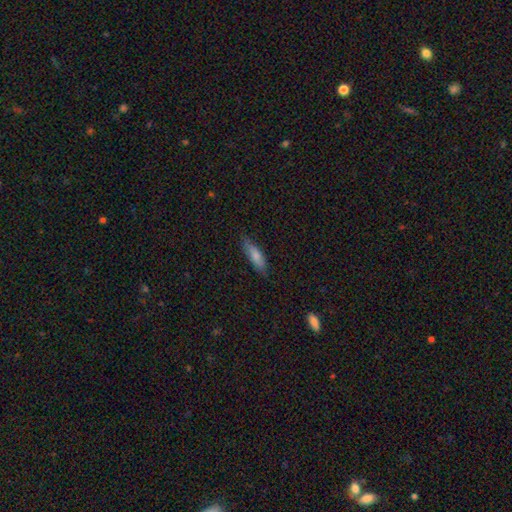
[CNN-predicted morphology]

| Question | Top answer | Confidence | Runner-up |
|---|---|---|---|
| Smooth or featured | smooth | 75% | featured or disk (19%) |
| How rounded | in between | 49% | tied: cigar-shaped (49%) |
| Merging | none | 76% | minor disturbance (20%) |